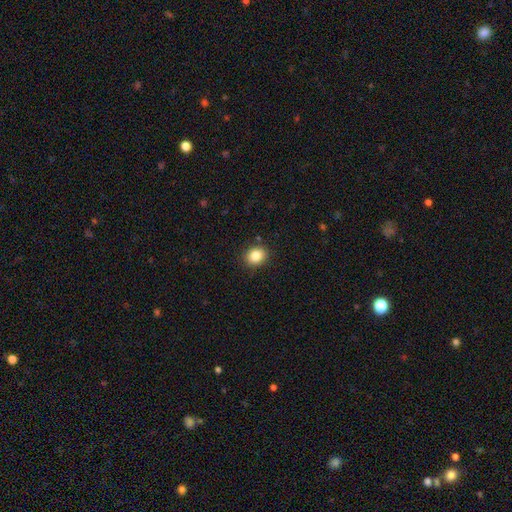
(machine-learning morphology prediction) A smooth galaxy with no disk features (85%) that is round (69%). Merging: none (88%).